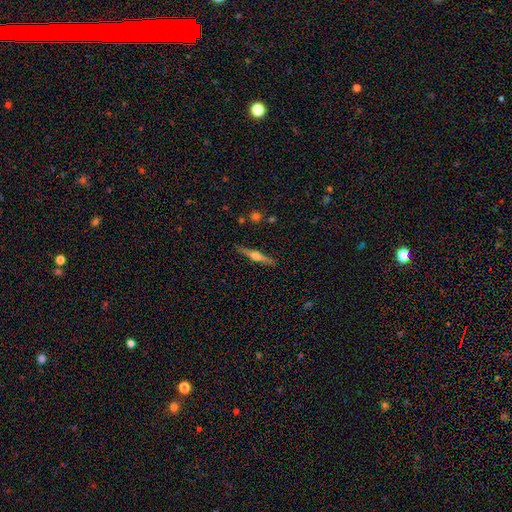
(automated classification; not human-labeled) Q: Smooth or featured?
A: featured or disk (71%); runner-up: smooth (23%)
Q: Edge-on disk?
A: yes (98%); runner-up: no (2%)
Q: Edge-on bulge?
A: rounded (93%); runner-up: boxy (4%)
Q: Merging?
A: none (90%); runner-up: minor disturbance (7%)